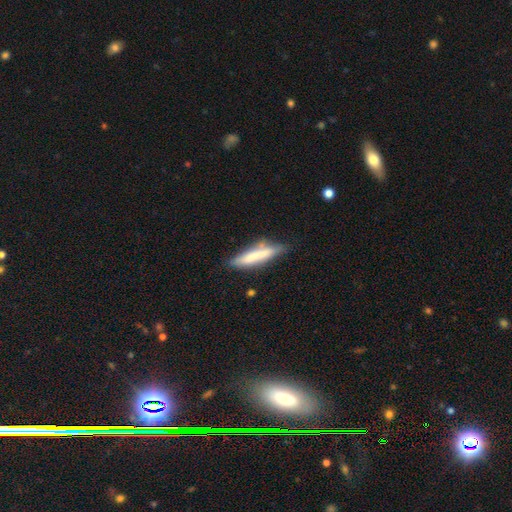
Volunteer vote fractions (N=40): smooth 78%, featured or disk 20%, star or artifact 2%. Down the decision tree: how rounded — cigar-shaped (84%); merging — none (69%).